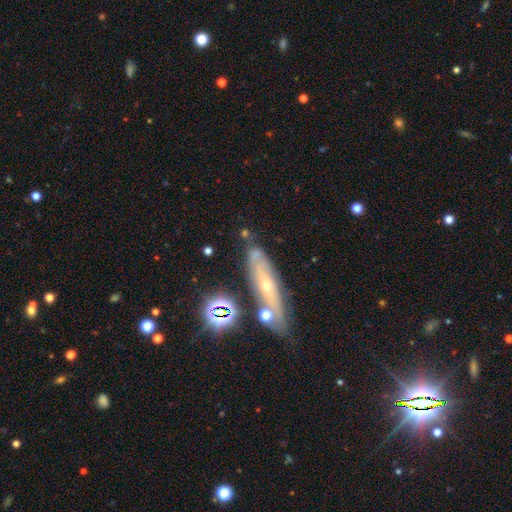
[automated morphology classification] smooth_or_featured: featured or disk (p=0.54) [alt: smooth p=0.29]
disk_edge_on: no (p=0.62) [alt: yes p=0.38]
merging: none (p=0.68) [alt: minor disturbance p=0.18]